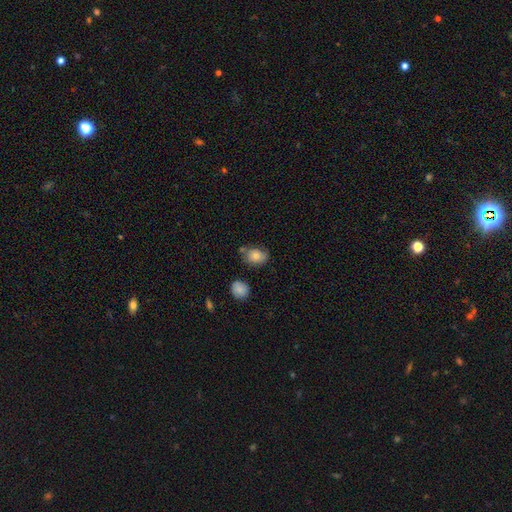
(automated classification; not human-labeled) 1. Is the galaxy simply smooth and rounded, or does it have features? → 72% smooth, 19% featured or disk, 9% star or artifact.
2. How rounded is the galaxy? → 62% in between, 36% round, 1% cigar-shaped.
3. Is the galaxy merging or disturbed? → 60% none, 25% minor disturbance, 8% merger, 7% major disturbance.